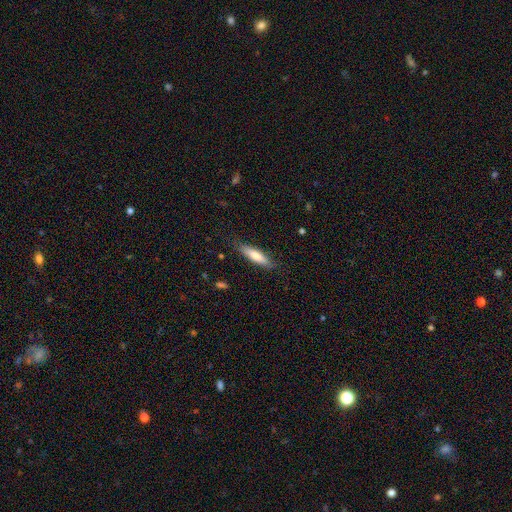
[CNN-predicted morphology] Overall: smooth (73%). How rounded: cigar-shaped (69%). Merging: none (83%).